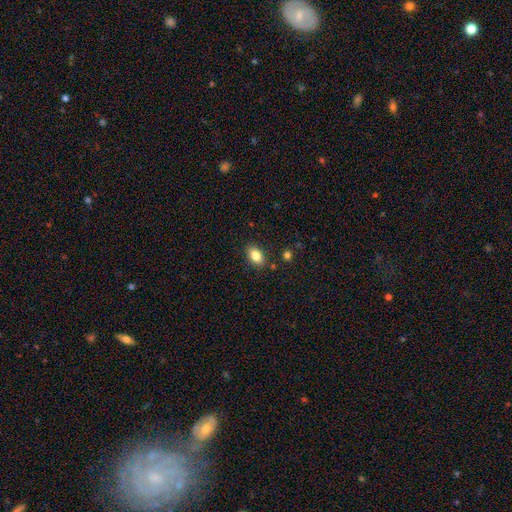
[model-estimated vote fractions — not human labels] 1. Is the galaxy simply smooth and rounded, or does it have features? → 83% smooth, 9% featured or disk, 9% star or artifact.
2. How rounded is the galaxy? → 88% in between, 10% round, 2% cigar-shaped.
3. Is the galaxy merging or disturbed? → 86% none, 10% minor disturbance, 2% merger, 2% major disturbance.